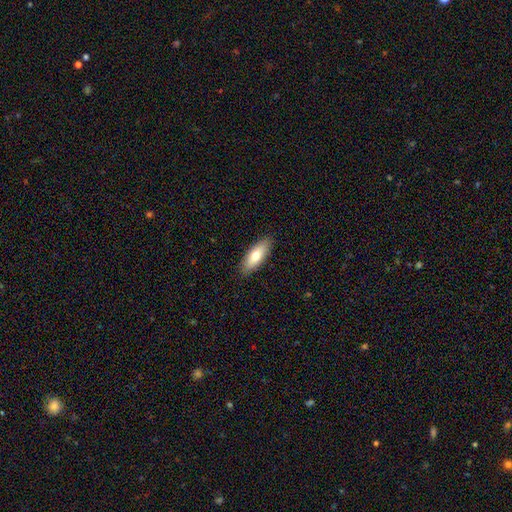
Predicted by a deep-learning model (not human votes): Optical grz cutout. It shows a smooth galaxy with no disk features (74%) that is in between round and cigar-shaped (69%). Merging: none (88%).